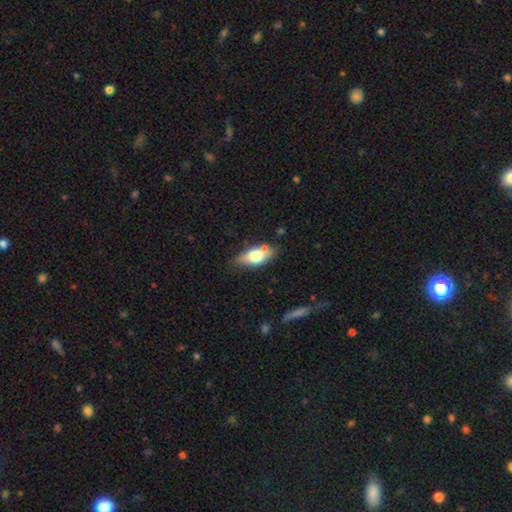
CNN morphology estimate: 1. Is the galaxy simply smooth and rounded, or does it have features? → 67% smooth, 26% featured or disk, 7% star or artifact.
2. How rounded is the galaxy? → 84% in between, 11% cigar-shaped, 5% round.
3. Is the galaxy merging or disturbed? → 67% none, 21% minor disturbance, 8% merger, 5% major disturbance.